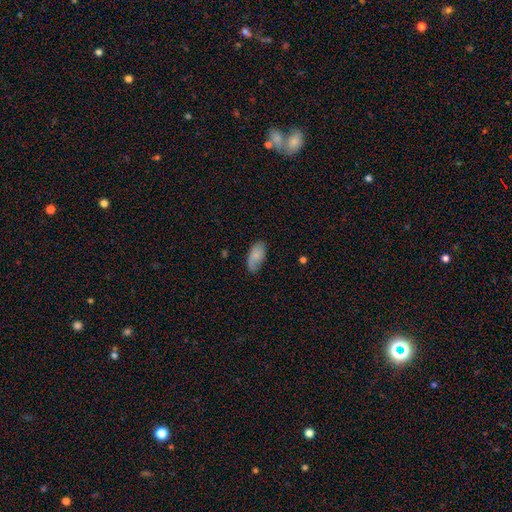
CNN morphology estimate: This appears to be a smooth galaxy with no disk features (75%) that is in between round and cigar-shaped (94%). Merging: none (69%).